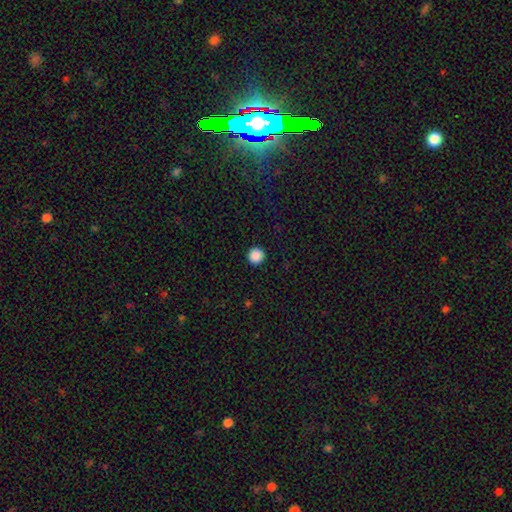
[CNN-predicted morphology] smooth-or-featured: smooth: 89% | star or artifact: 9% | featured or disk: 2%
  how-rounded: round: 96% | in between: 3% | cigar-shaped: 1%
  merging: none: 94% | minor disturbance: 4% | major disturbance: 1% | merger: 1%